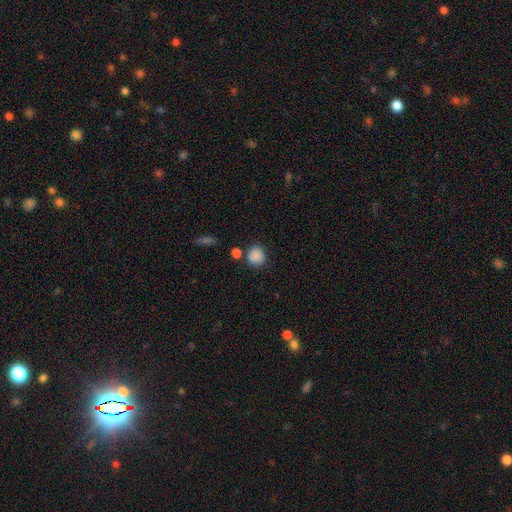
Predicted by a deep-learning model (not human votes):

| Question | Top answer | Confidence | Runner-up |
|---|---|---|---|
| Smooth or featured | smooth | 86% | star or artifact (10%) |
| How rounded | round | 83% | in between (16%) |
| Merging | none | 78% | minor disturbance (11%) |